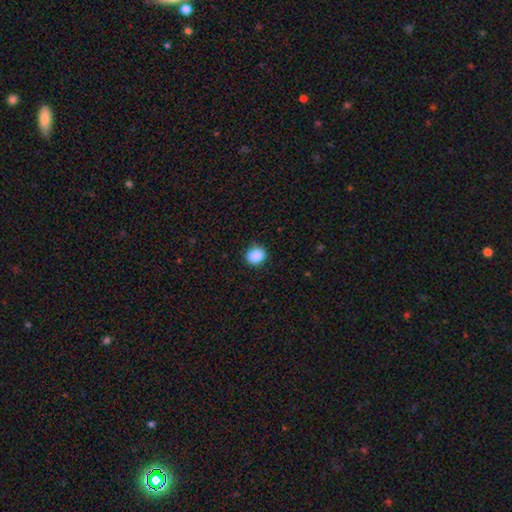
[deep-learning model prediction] The model was most divided on "how rounded": round: 56%, in between: 43%, cigar-shaped: 1%. More confident: smooth or featured — smooth (88%); merging — none (84%).